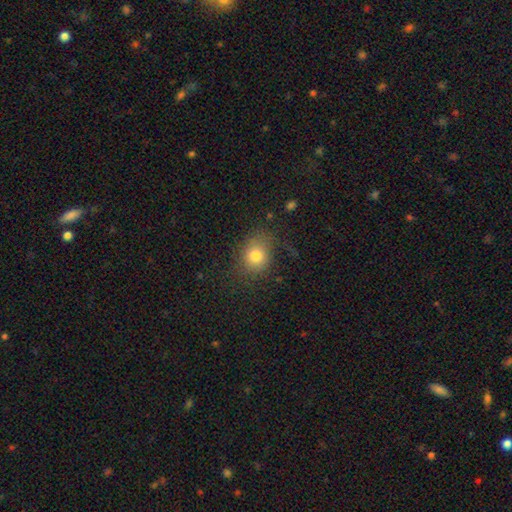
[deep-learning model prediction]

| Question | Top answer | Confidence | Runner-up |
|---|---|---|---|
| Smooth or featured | smooth | 78% | star or artifact (12%) |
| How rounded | round | 68% | in between (31%) |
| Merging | none | 70% | minor disturbance (18%) |